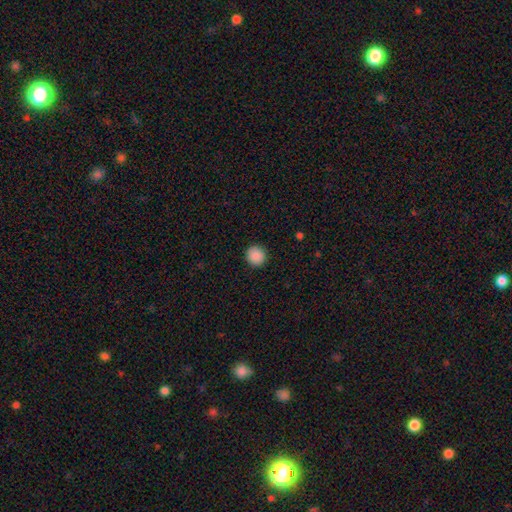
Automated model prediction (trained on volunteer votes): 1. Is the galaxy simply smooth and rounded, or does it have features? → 89% smooth, 9% star or artifact, 2% featured or disk.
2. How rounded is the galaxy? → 93% round, 6% in between, 1% cigar-shaped.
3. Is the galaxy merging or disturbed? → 92% none, 5% minor disturbance, 2% major disturbance, 1% merger.